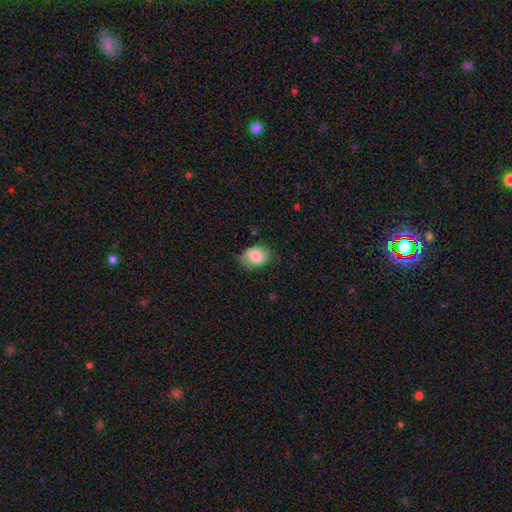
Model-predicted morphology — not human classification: This appears to be a smooth galaxy with no disk features (79%) that is in between round and cigar-shaped (77%). Merging: none (72%).